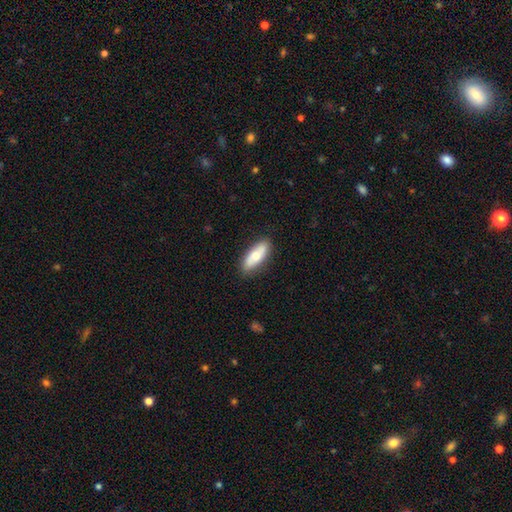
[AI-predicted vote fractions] smooth-or-featured: smooth: 65% | featured or disk: 30% | star or artifact: 6%
  how-rounded: in between: 72% | cigar-shaped: 26% | round: 3%
  merging: none: 87% | minor disturbance: 10% | major disturbance: 2% | merger: 1%